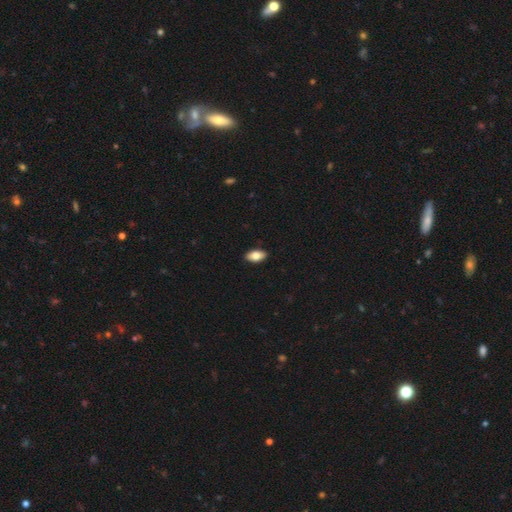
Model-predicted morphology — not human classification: The model was most divided on "smooth or featured": smooth: 79%, featured or disk: 14%, star or artifact: 7%. More confident: how rounded — in between (92%); merging — none (90%).